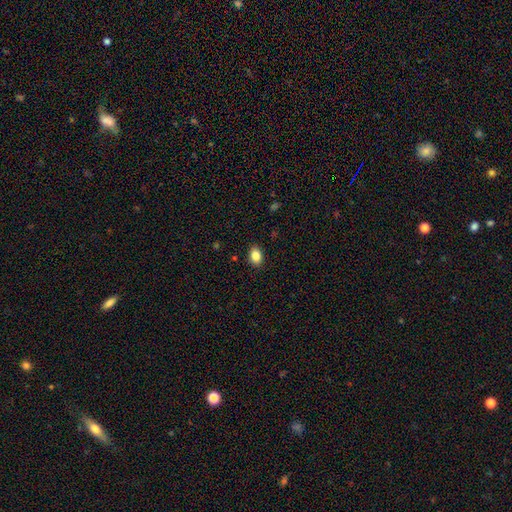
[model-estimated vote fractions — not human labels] Q: Smooth or featured?
A: smooth (85%); runner-up: star or artifact (9%)
Q: How rounded?
A: in between (76%); runner-up: round (23%)
Q: Merging?
A: none (89%); runner-up: minor disturbance (8%)